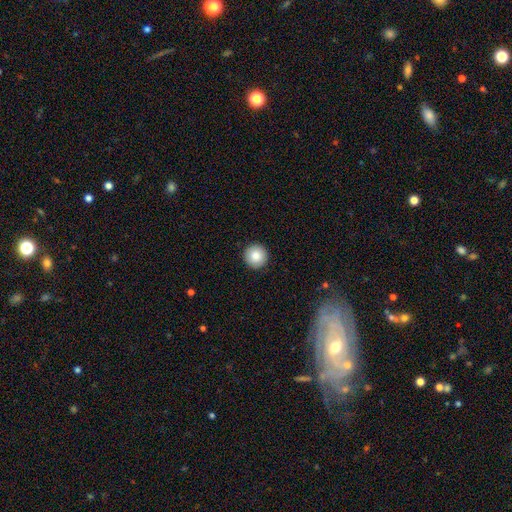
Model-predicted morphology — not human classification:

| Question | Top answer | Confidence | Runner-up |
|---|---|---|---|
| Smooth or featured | smooth | 84% | featured or disk (8%) |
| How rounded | round | 96% | in between (3%) |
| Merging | none | 93% | minor disturbance (4%) |